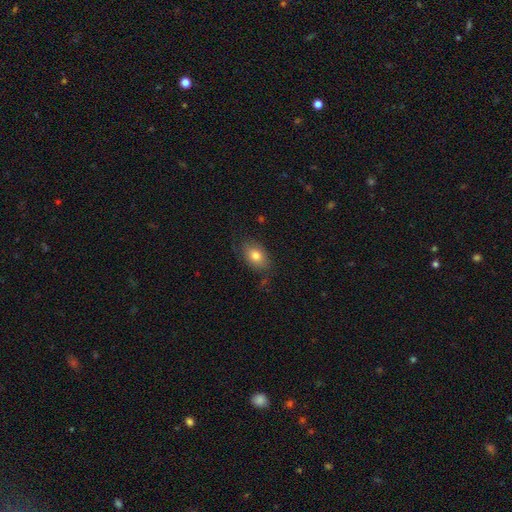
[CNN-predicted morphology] Smooth or featured?
  - smooth: 80% *
  - featured or disk: 12%
  - star or artifact: 8%
How rounded?
  - in between: 82% *
  - round: 17%
  - cigar-shaped: 1%
Merging?
  - none: 77% *
  - minor disturbance: 17%
  - major disturbance: 4%
  - merger: 2%